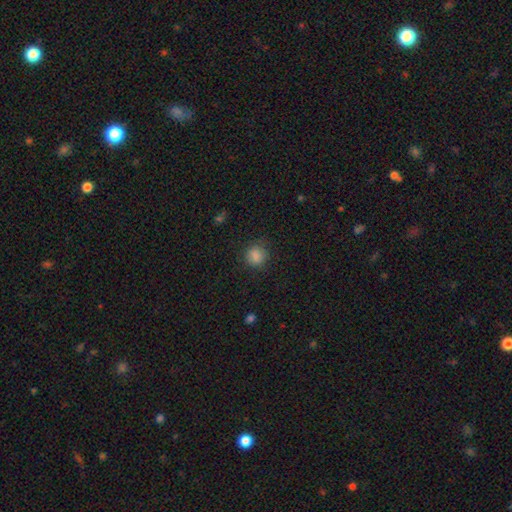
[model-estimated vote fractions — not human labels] This is clearly a smooth galaxy (85%). How rounded: clearly round (84%). Merging: clearly none (81%).